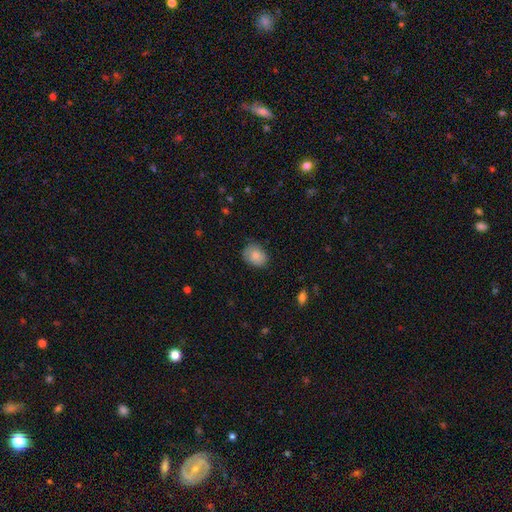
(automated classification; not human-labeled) smooth 82%, featured or disk 10%, star or artifact 7%. Down the decision tree: how rounded — in between (61%); merging — none (72%).